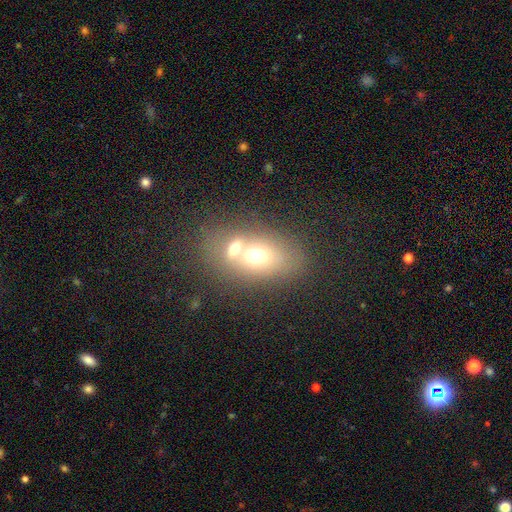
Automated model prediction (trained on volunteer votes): This is likely a smooth galaxy (61%). How rounded: likely in between (72%). Merging: likely merger (60%).